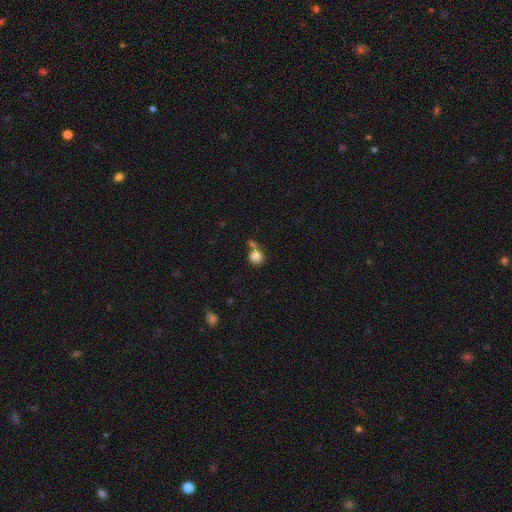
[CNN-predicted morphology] Smooth or featured? smooth (84%)
How rounded? round (82%)
Merging? none (51%)